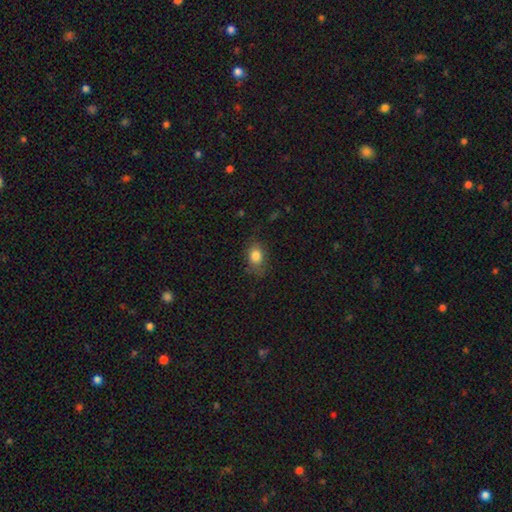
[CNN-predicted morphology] This appears to be a smooth galaxy with no disk features (83%) that is in between round and cigar-shaped (69%). Merging: none (72%).